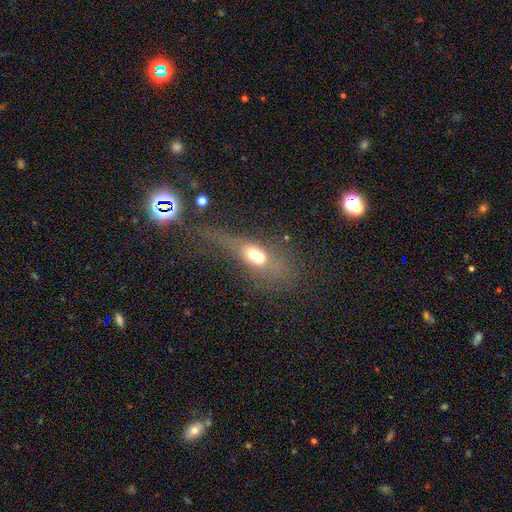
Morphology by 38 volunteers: Smooth or featured?
  - smooth: 66% *
  - featured or disk: 24%
  - star or artifact: 11%
How rounded?
  - in between: 64% *
  - cigar-shaped: 20%
  - round: 16%
Merging?
  - merger: 53% *
  - major disturbance: 21%
  - minor disturbance: 15%
  - none: 12%